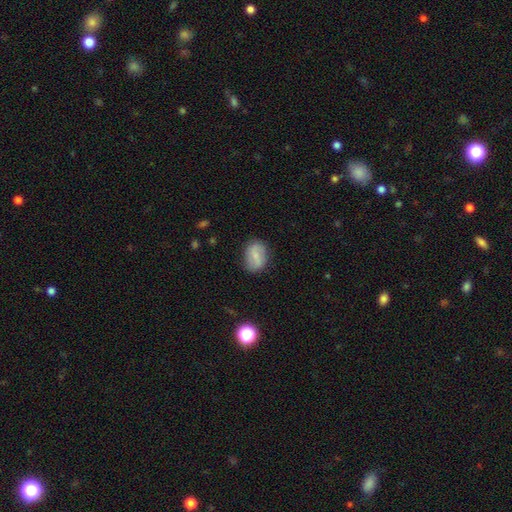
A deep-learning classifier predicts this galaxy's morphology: Overall: smooth (66%). How rounded: in between (77%). Merging: none (80%).